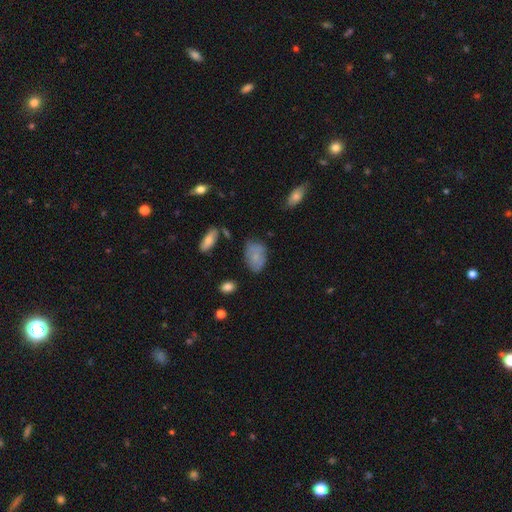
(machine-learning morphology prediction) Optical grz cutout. It shows a smooth galaxy with no disk features (69%) that is in between round and cigar-shaped (87%). Merging: none (62%).